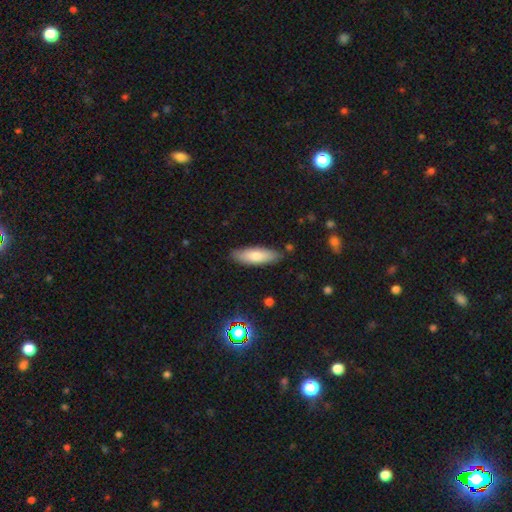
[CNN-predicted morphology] smooth_or_featured: smooth (p=0.74) [alt: featured or disk p=0.19]
how_rounded: in between (p=0.55) [alt: cigar-shaped p=0.43]
merging: none (p=0.83) [alt: minor disturbance p=0.13]